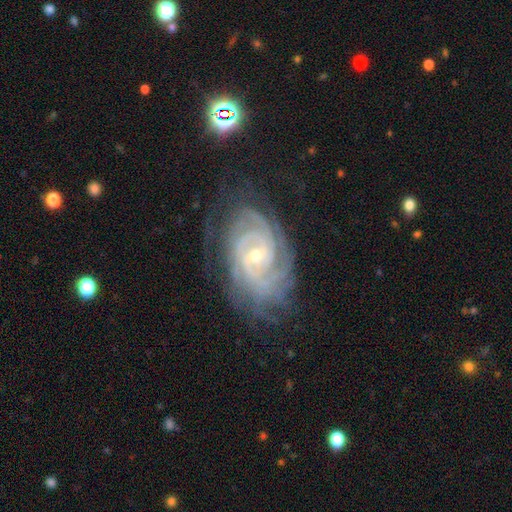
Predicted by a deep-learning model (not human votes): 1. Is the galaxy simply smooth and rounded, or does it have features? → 89% featured or disk, 6% star or artifact, 5% smooth.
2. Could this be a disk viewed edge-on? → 96% no, 4% yes.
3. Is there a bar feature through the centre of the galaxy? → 58% no, 32% weak, 10% strong.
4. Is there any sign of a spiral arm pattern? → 98% yes, 2% no.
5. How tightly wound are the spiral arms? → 80% tight, 17% medium, 3% loose.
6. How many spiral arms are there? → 28% can't tell, 21% 2, 18% 3, 17% 4, 10% more than 4, 7% 1.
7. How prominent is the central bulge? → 70% small, 27% moderate, 1% large, 1% none, 1% dominant.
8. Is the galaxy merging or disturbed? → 72% none, 19% minor disturbance, 8% major disturbance, 1% merger.